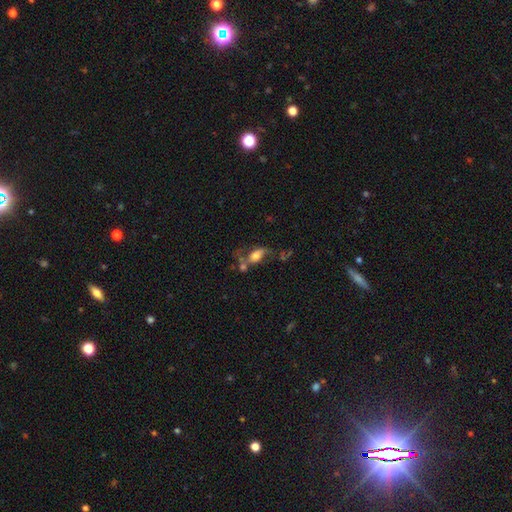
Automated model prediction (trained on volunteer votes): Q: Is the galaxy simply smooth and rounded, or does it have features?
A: smooth — 46%.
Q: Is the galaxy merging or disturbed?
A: none — 30%, tied with merger.